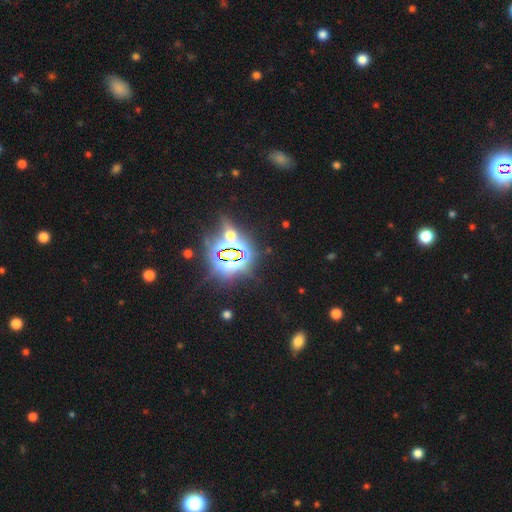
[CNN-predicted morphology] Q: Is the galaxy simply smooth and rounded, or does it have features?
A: star or artifact — 82%.